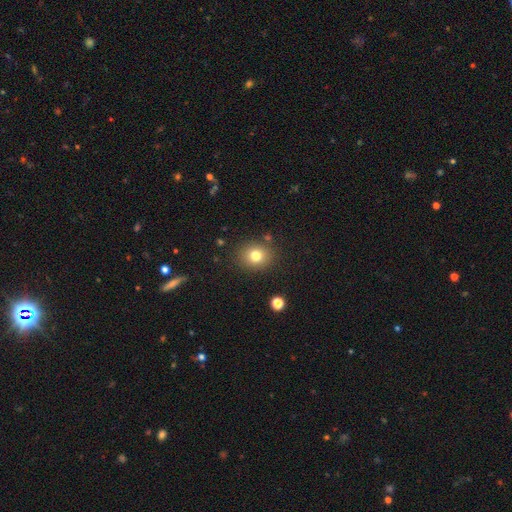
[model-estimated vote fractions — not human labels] The model was most divided on "how rounded": round: 74%, in between: 26%, cigar-shaped: 1%. More confident: merging — none (86%); smooth or featured — smooth (78%).